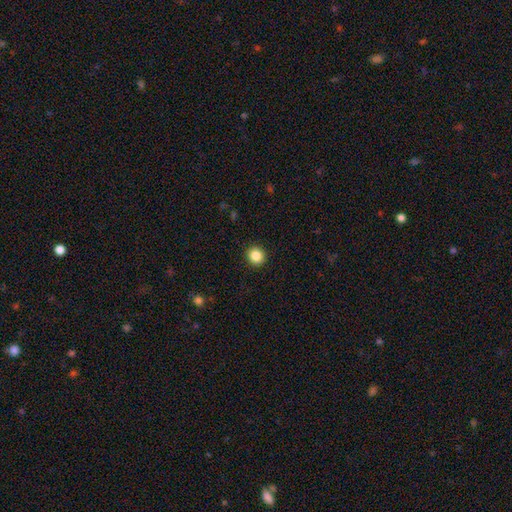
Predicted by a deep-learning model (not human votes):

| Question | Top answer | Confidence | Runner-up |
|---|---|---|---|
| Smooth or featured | smooth | 86% | star or artifact (10%) |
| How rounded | round | 91% | in between (8%) |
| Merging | none | 92% | minor disturbance (5%) |